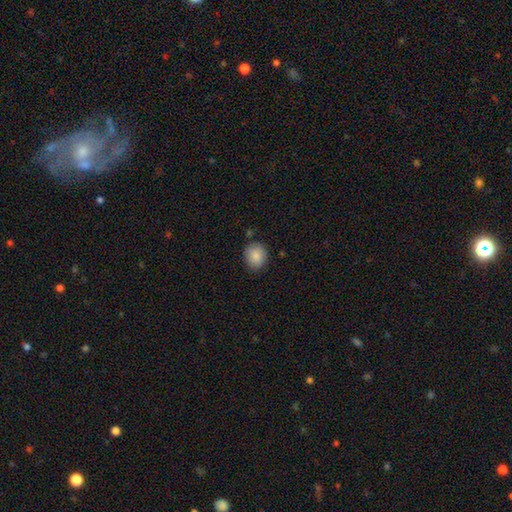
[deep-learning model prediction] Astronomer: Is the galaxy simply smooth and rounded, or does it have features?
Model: smooth — 87%.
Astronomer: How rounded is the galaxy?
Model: round — 73%.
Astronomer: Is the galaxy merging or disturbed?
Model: none — 83%.